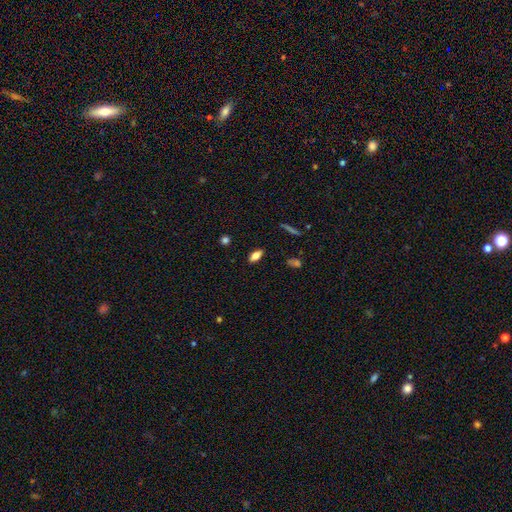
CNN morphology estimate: Smooth or featured? smooth (76%)
How rounded? in between (84%)
Merging? none (87%)